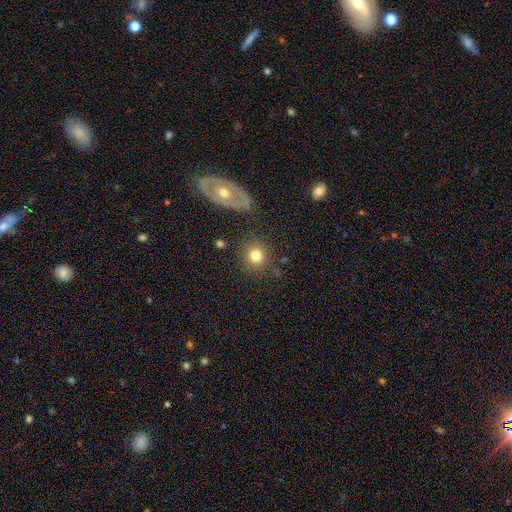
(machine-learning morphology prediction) Q: Smooth or featured?
A: smooth (78%); runner-up: featured or disk (11%)
Q: How rounded?
A: round (88%); runner-up: in between (11%)
Q: Merging?
A: none (82%); runner-up: minor disturbance (10%)